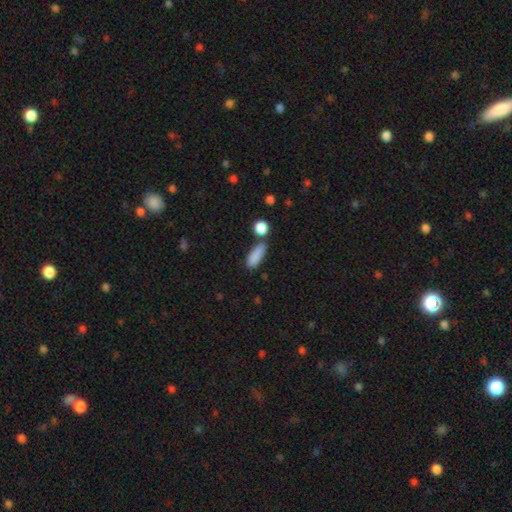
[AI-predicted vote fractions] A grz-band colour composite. It shows a smooth galaxy with no disk features (86%) that is in between round and cigar-shaped (61%). Merging: none (65%).